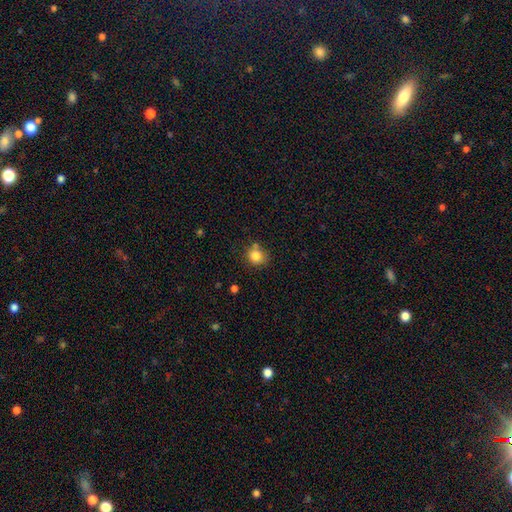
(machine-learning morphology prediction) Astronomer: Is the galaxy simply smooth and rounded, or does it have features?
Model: smooth — 82%.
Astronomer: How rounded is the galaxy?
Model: round — 80%.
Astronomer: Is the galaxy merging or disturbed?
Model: none — 67%.